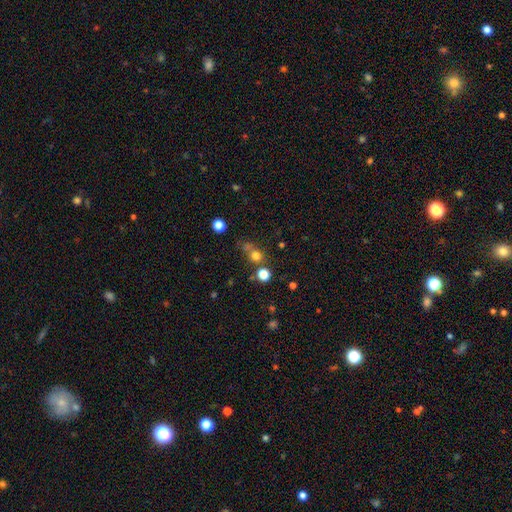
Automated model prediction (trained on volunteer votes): Q: Smooth or featured?
A: smooth (70%); runner-up: star or artifact (21%)
Q: How rounded?
A: round (86%); runner-up: in between (13%)
Q: Merging?
A: none (55%); runner-up: merger (26%)